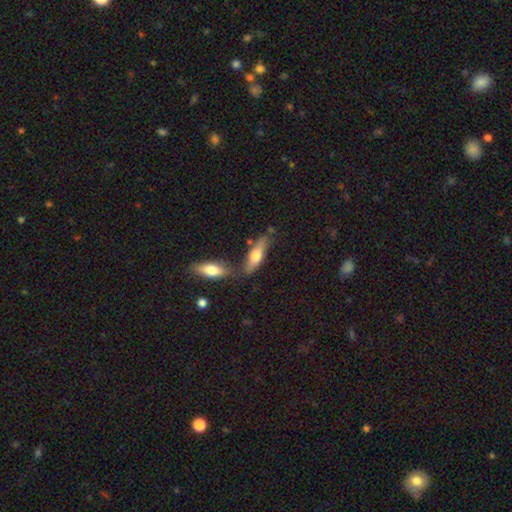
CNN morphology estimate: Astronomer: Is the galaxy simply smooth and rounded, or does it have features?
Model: smooth — 62%.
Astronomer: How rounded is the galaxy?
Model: in between — 50% (runner-up: cigar-shaped, 47%).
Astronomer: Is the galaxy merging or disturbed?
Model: none — 59%.